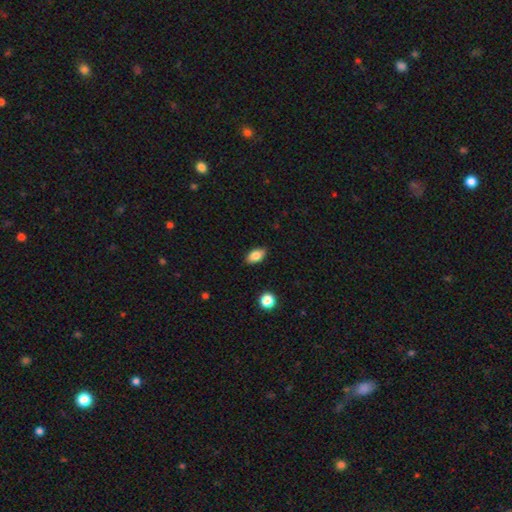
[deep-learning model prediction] Smooth or featured: smooth — 82% (featured or disk — 10%)
How rounded: in between — 89% (round — 7%)
Merging: none — 86% (minor disturbance — 10%)